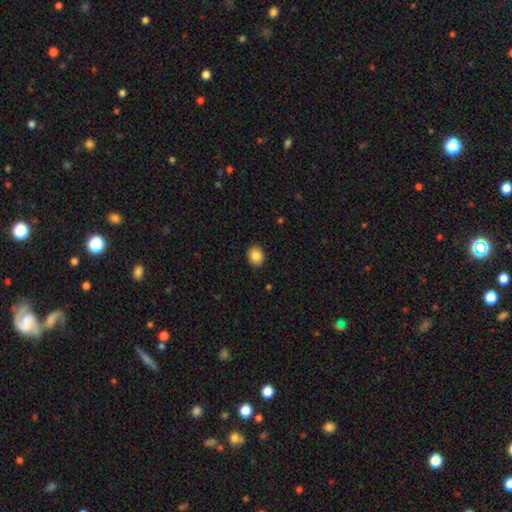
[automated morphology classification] Smooth or featured? Predicted: smooth (p=0.87). How rounded? Predicted: round (p=0.54). Merging? Predicted: none (p=0.88).